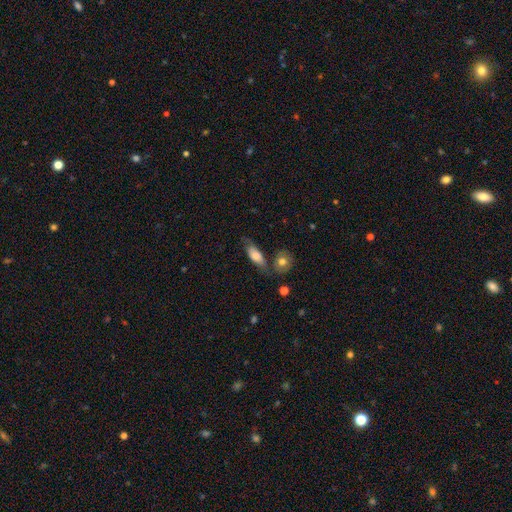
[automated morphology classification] Smooth or featured: smooth — 71% (featured or disk — 23%)
How rounded: in between — 76% (cigar-shaped — 20%)
Merging: none — 55% (minor disturbance — 25%)